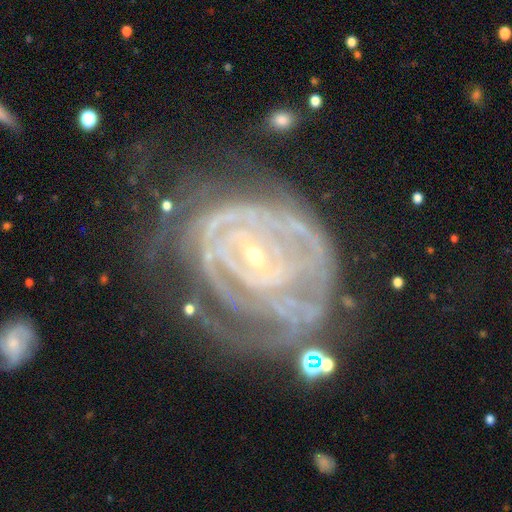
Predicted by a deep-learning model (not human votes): A featured or disk galaxy (86%) with no bar (52%), tight (78%) spiral arms (91%) and a small central bulge (82%).

Vote fractions:
- Smooth or featured? featured or disk: 86% / star or artifact: 7% / smooth: 7%
- Edge-on disk? no: 97% / yes: 3%
- Bar? no: 52% / weak: 31% / strong: 16%
- Spiral arms? yes: 91% / no: 9%
- Spiral winding? tight: 78% / medium: 17% / loose: 5%
- Spiral arm count? can't tell: 43% / 2: 17% / 3: 14% / 4: 12% / more than 4: 8% / 1: 7%
- Bulge size? small: 82% / moderate: 14% / none: 2% / large: 1% / dominant: 1%
- Merging? none: 40% / major disturbance: 29% / minor disturbance: 25% / merger: 6%